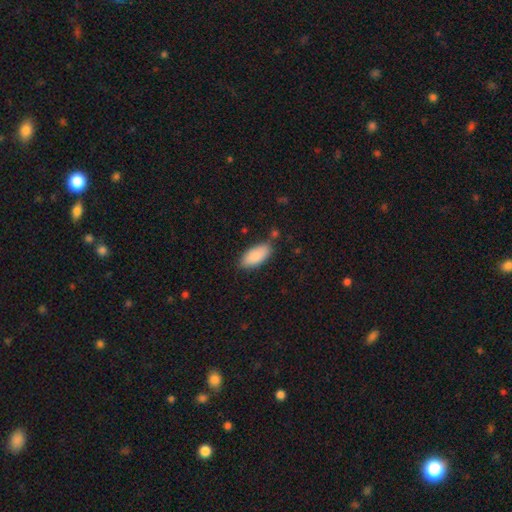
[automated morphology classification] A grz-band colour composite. It shows a smooth galaxy with no disk features (88%) that is in between round and cigar-shaped (90%). Merging: none (78%).